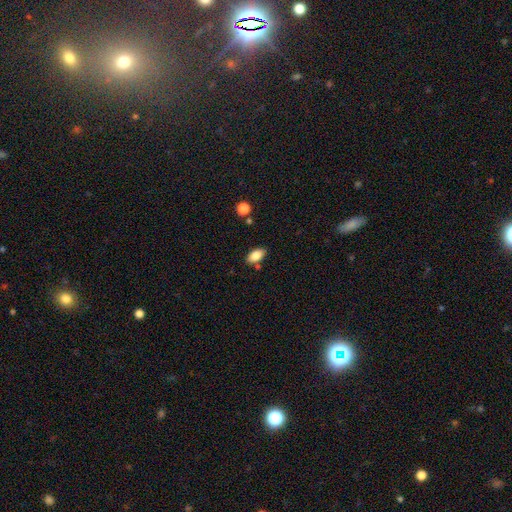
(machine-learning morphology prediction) smooth-or-featured: smooth: 84% | featured or disk: 8% | star or artifact: 8%
  how-rounded: in between: 92% | round: 4% | cigar-shaped: 3%
  merging: none: 81% | minor disturbance: 12% | merger: 5% | major disturbance: 3%